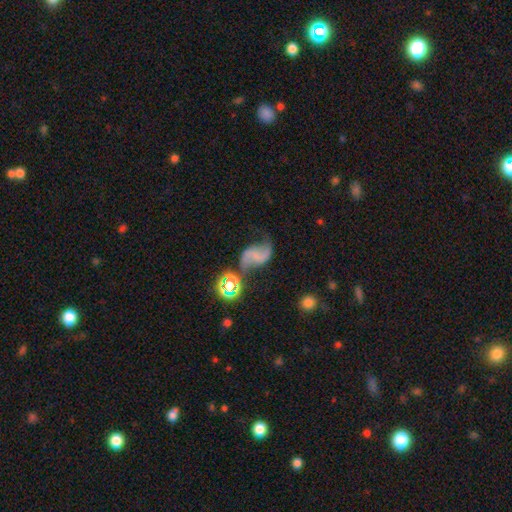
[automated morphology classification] type=featured or disk (72%); edge-on=no (98%); bar=no (43%); spiral arms=yes (93%); winding=loose (80%); arm count=2 (92%); bulge=none (67%); merging=none (55%).